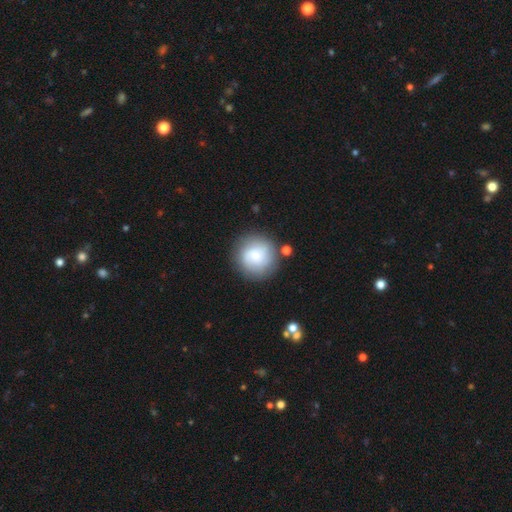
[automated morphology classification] A smooth galaxy with no disk features (63%) that is round (94%). Merging: none (78%).